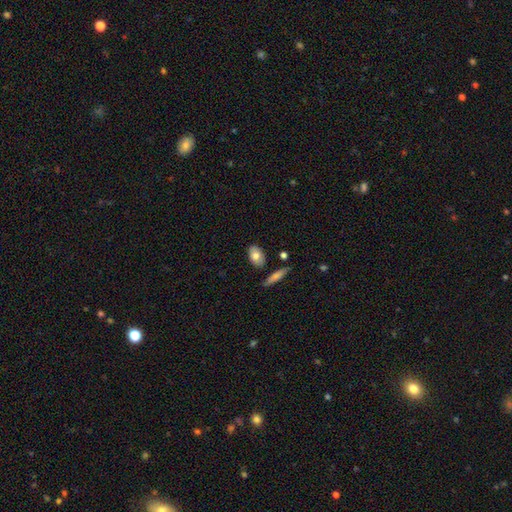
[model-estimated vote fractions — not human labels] Smooth or featured: smooth — 75% (featured or disk — 18%)
How rounded: in between — 87% (round — 9%)
Merging: none — 80% (minor disturbance — 13%)